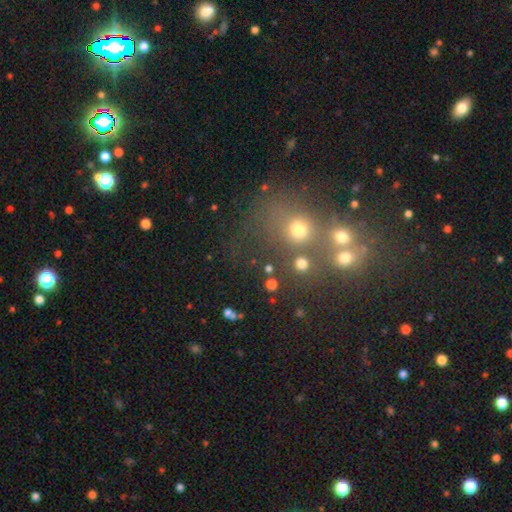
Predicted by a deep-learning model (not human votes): A star or artifact, not a galaxy (45%).